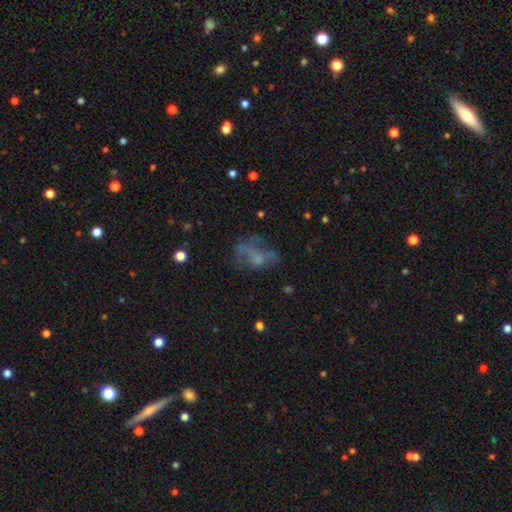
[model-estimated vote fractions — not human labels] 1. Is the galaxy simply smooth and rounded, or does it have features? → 44% featured or disk, 34% smooth, 22% star or artifact.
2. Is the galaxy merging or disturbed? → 39% major disturbance, 37% none, 19% minor disturbance, 5% merger.